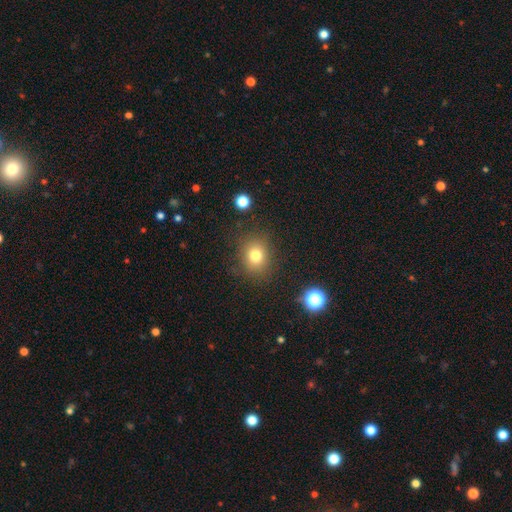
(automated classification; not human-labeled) Smooth or featured?
  - smooth: 78% *
  - star or artifact: 14%
  - featured or disk: 9%
How rounded?
  - round: 69% *
  - in between: 30%
  - cigar-shaped: 1%
Merging?
  - none: 83% *
  - minor disturbance: 11%
  - major disturbance: 4%
  - merger: 2%